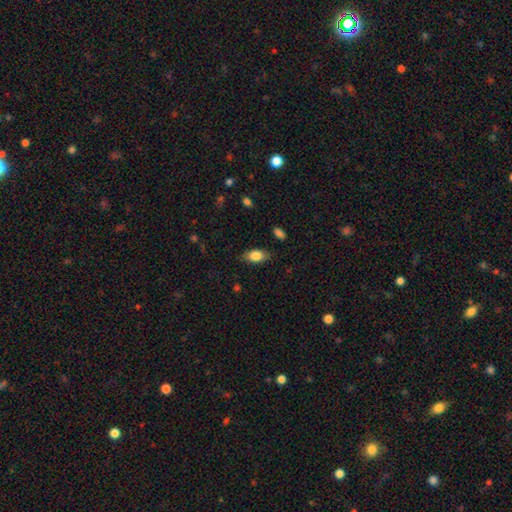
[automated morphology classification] smooth_or_featured: smooth (p=0.81) [alt: featured or disk p=0.12]
how_rounded: in between (p=0.88) [alt: round p=0.06]
merging: none (p=0.82) [alt: minor disturbance p=0.14]